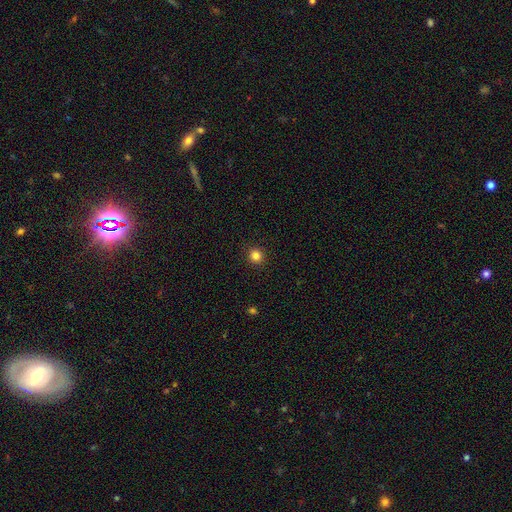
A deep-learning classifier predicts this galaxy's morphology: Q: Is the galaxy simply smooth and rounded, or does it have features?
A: smooth — 83%.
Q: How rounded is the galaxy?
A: round — 93%.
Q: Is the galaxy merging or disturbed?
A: none — 93%.